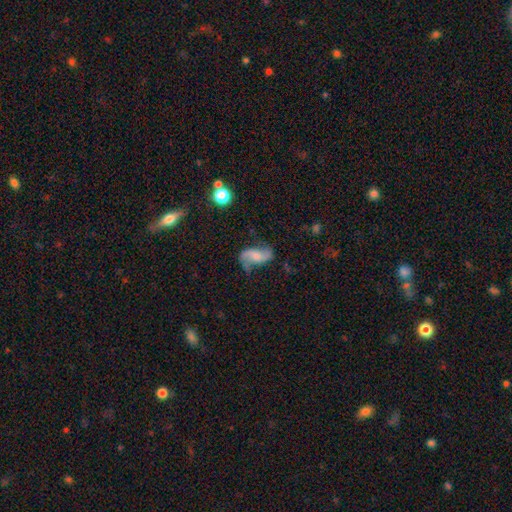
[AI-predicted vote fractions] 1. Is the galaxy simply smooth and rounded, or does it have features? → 74% featured or disk, 18% smooth, 8% star or artifact.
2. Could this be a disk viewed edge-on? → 96% no, 4% yes.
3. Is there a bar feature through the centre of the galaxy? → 44% no, 39% weak, 17% strong.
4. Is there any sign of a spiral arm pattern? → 93% yes, 7% no.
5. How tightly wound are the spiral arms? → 73% loose, 21% medium, 6% tight.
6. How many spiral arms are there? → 90% 2, 4% 1, 3% can't tell, 1% 3, 1% 4, 1% more than 4.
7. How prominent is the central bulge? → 36% small, 30% moderate, 25% none, 8% large, 2% dominant.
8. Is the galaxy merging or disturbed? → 63% none, 21% minor disturbance, 13% major disturbance, 3% merger.